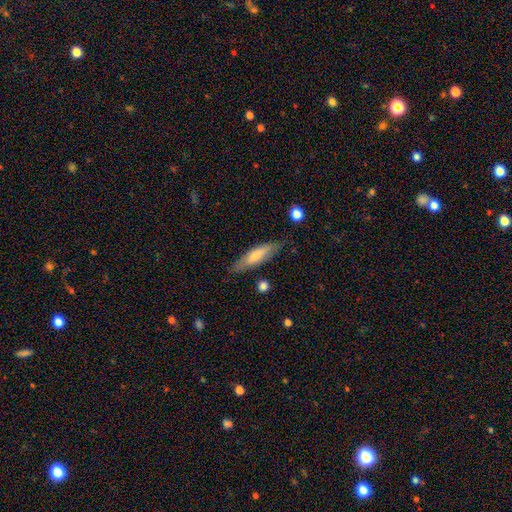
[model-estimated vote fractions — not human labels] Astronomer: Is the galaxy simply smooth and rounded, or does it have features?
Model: smooth — 56% (runner-up: featured or disk, 38%).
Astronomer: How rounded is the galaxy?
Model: cigar-shaped — 70%.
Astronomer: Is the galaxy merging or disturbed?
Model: none — 81%.